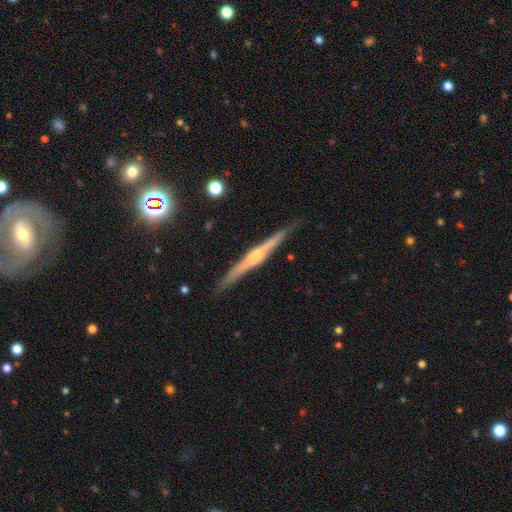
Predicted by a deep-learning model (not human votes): smooth_or_featured: featured or disk (p=0.78) [alt: smooth p=0.16]
disk_edge_on: yes (p=0.98) [alt: no p=0.02]
edge_on_bulge: rounded (p=0.77) [alt: boxy p=0.12]
merging: none (p=0.89) [alt: minor disturbance p=0.08]